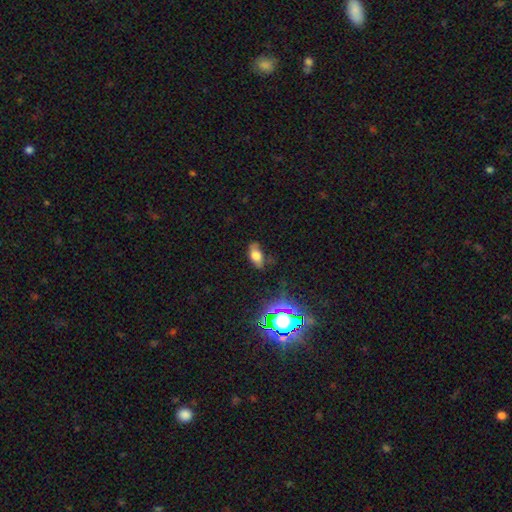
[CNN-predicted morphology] smooth 62%, featured or disk 20%, star or artifact 17%. Down the decision tree: how rounded — in between (86%); merging — none (64%).